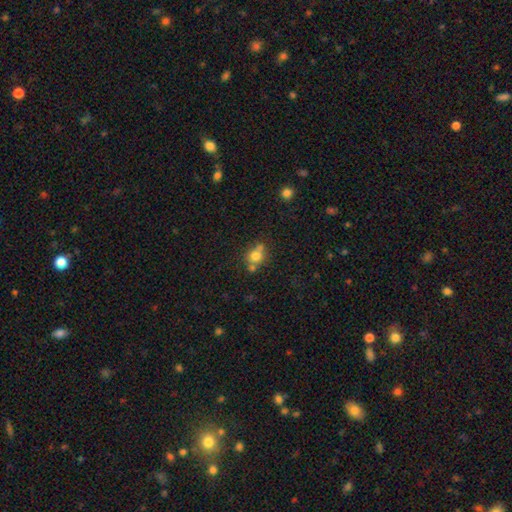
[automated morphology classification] The model was most divided on "merging": none: 51%, merger: 32%, minor disturbance: 13%, major disturbance: 5%. More confident: how rounded — round (77%); smooth or featured — smooth (73%).